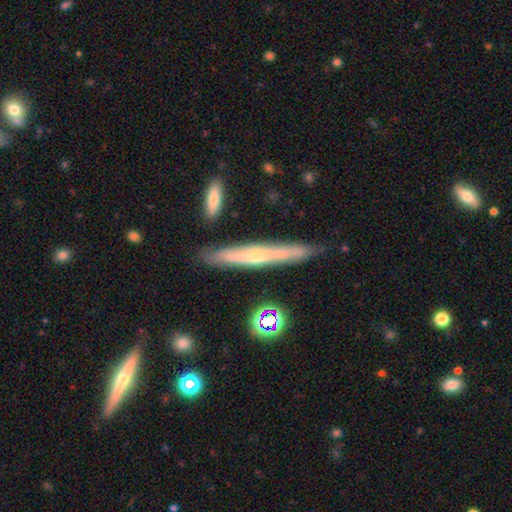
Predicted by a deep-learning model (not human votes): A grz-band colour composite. It shows a featured or disk galaxy (63%) viewed edge-on (90%) with a rounded central bulge (62%). Merging: none (79%).